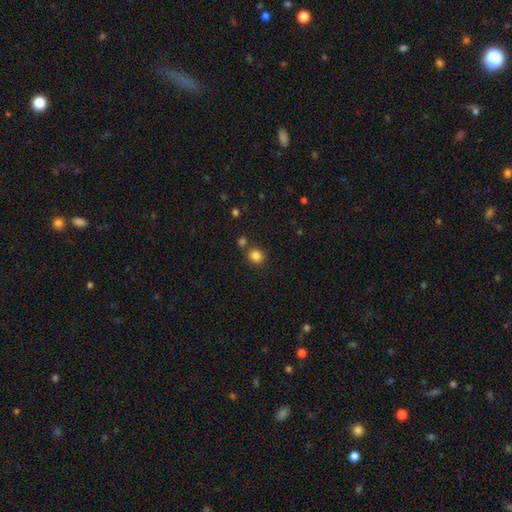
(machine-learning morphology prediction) This is clearly a smooth galaxy (84%). How rounded: clearly round (85%). Merging: likely none (77%).